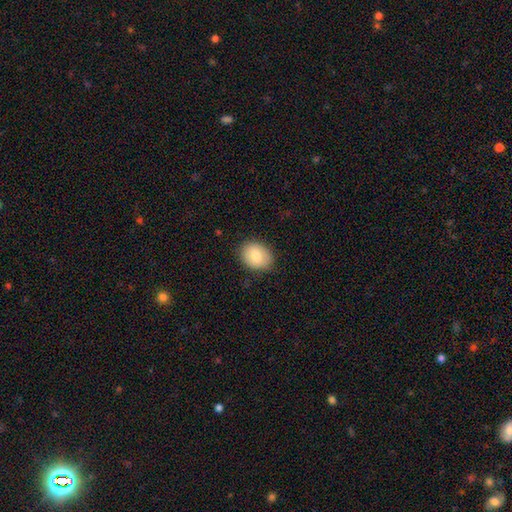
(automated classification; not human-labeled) The model was most divided on "how rounded": in between: 52%, round: 47%, cigar-shaped: 1%. More confident: merging — none (83%); smooth or featured — smooth (82%).